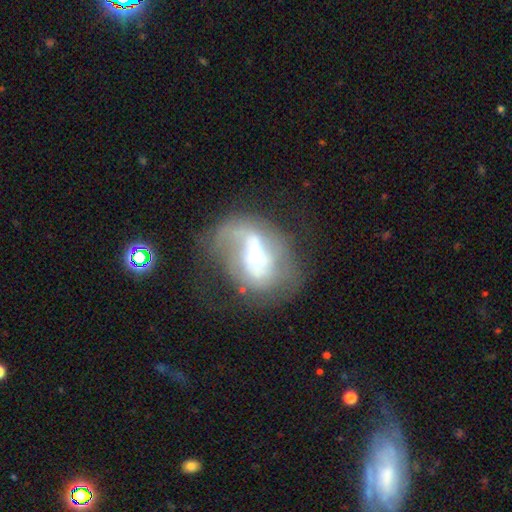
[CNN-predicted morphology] A featured or disk galaxy (69%) with a weak bar (44%), spiral arms (72%) and a moderate central bulge (59%). Merging: none (40%).